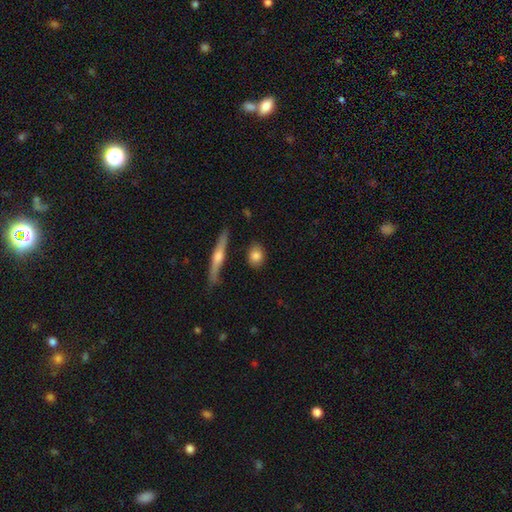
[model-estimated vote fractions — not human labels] A smooth galaxy with no disk features (78%) that is round (49%).

Vote fractions:
- Smooth or featured? smooth: 78% / featured or disk: 15% / star or artifact: 7%
- How rounded? round: 49% / in between: 42% / cigar-shaped: 8%
- Merging? none: 82% / minor disturbance: 12% / merger: 3% / major disturbance: 3%